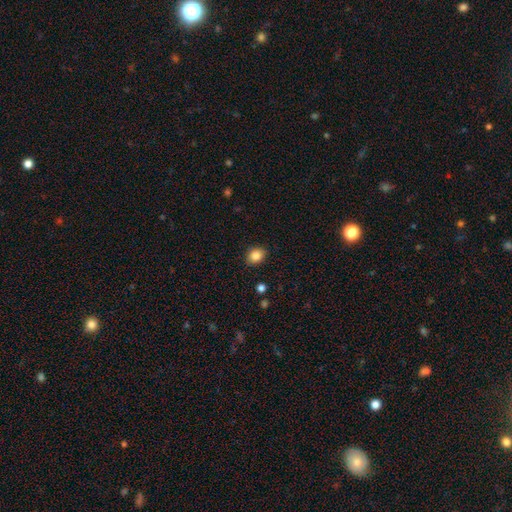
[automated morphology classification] smooth_or_featured: smooth (p=0.85) [alt: star or artifact p=0.10]
how_rounded: round (p=0.54) [alt: in between p=0.46]
merging: none (p=0.88) [alt: minor disturbance p=0.08]